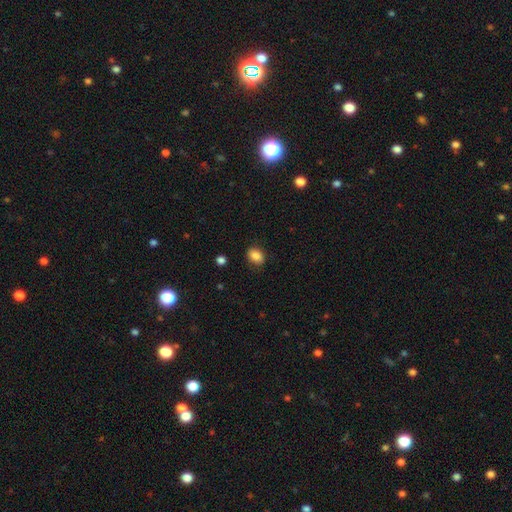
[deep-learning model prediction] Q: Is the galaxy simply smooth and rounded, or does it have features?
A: smooth — 86%.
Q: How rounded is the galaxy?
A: in between — 66%.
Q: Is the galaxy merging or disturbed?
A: none — 83%.